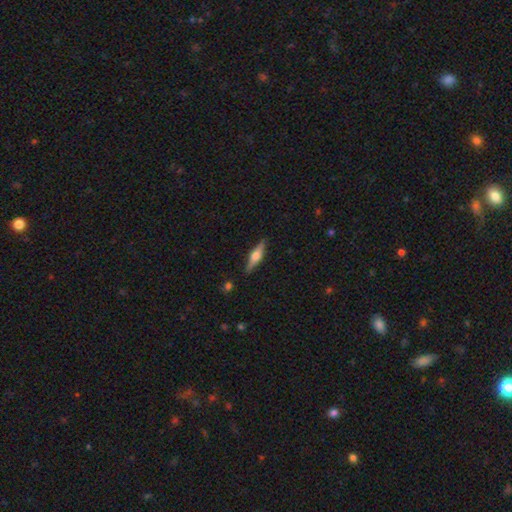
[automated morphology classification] Smooth or featured?
  - featured or disk: 60% *
  - smooth: 34%
  - star or artifact: 6%
Edge-on disk?
  - yes: 96% *
  - no: 4%
Edge-on bulge?
  - rounded: 87% *
  - boxy: 10%
  - none: 3%
Merging?
  - none: 87% *
  - minor disturbance: 9%
  - major disturbance: 2%
  - merger: 1%